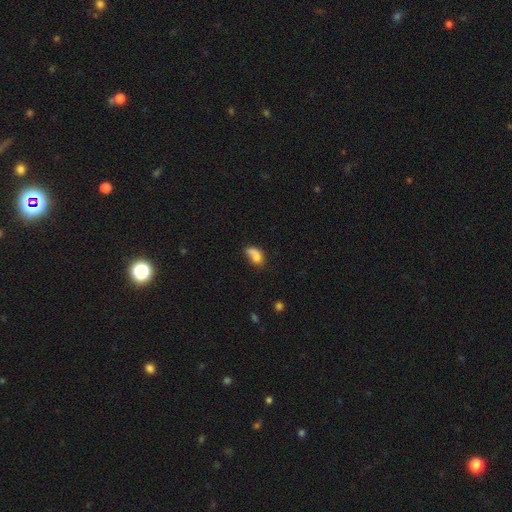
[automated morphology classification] This appears to be a smooth galaxy with no disk features (68%) that is in between round and cigar-shaped (79%). Merging: none (31%).